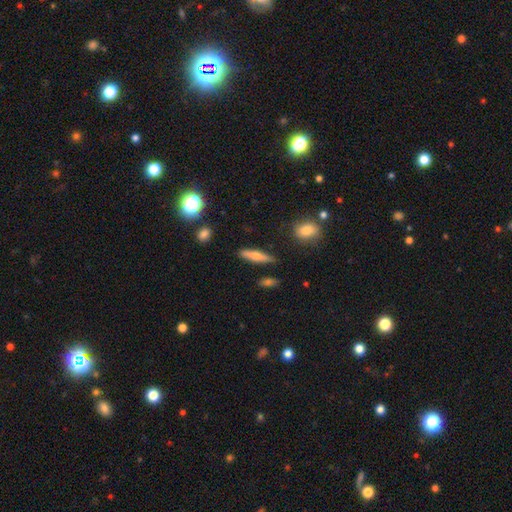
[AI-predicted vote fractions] A smooth galaxy with no disk features (54%) that is cigar-shaped (78%). Merging: none (85%).